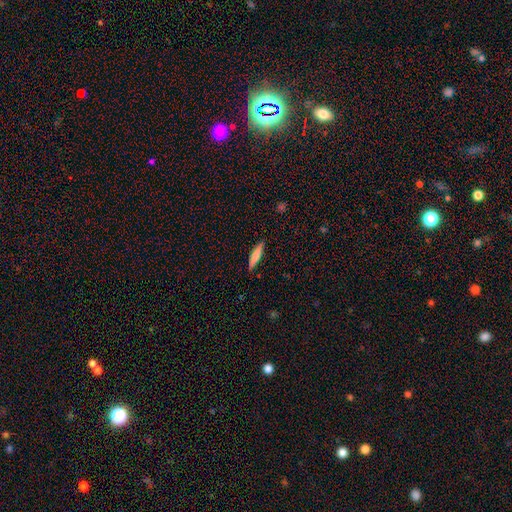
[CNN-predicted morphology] This appears to be a smooth galaxy with no disk features (70%) that is cigar-shaped (82%). Merging: none (89%).